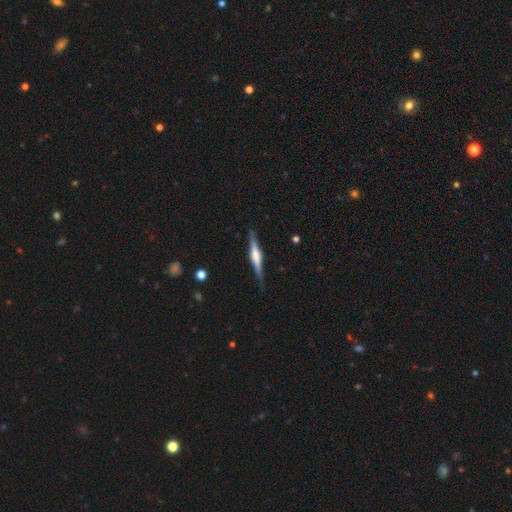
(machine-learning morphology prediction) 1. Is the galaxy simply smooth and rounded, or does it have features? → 65% featured or disk, 29% smooth, 6% star or artifact.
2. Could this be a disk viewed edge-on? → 97% yes, 3% no.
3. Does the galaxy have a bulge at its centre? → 56% rounded, 31% boxy, 13% none.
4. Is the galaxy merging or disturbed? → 86% none, 11% minor disturbance, 2% major disturbance, 1% merger.